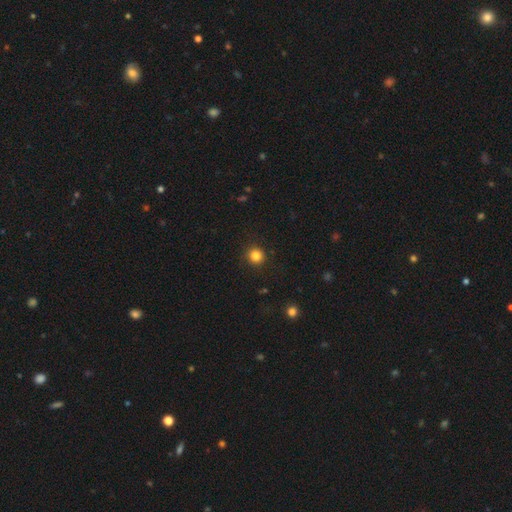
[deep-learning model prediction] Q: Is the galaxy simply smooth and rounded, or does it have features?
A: smooth — 83%.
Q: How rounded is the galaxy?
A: round — 94%.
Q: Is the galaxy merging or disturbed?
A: none — 91%.